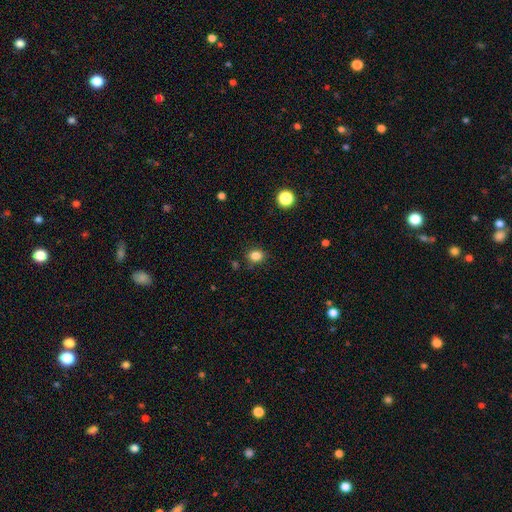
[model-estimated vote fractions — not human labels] Smooth or featured? smooth (84%)
How rounded? round (61%)
Merging? none (84%)